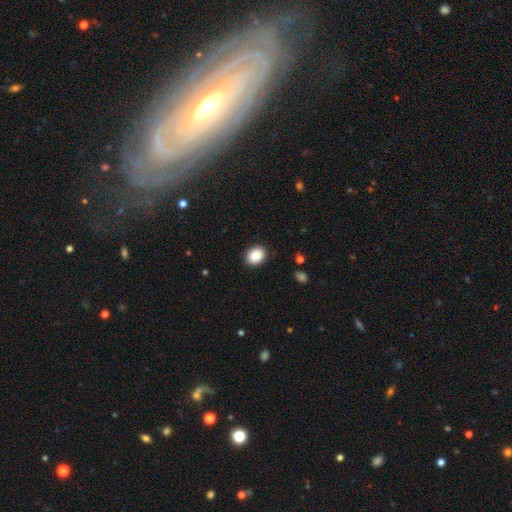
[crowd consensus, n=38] Smooth or featured? smooth (84%)
How rounded? round (53%)
Merging? none (92%)